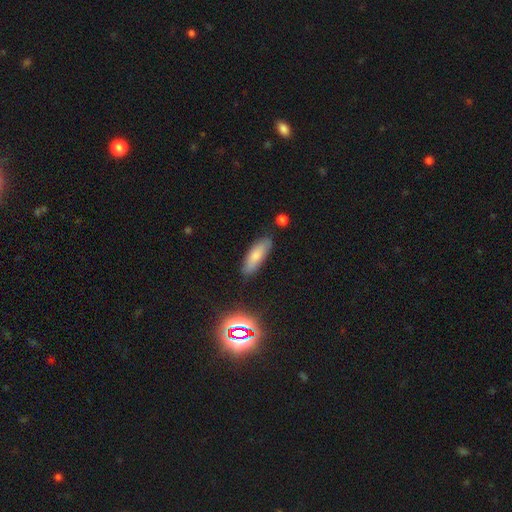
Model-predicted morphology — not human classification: Smooth or featured: smooth — 77% (featured or disk — 15%)
How rounded: in between — 57% (cigar-shaped — 41%)
Merging: none — 80% (minor disturbance — 14%)